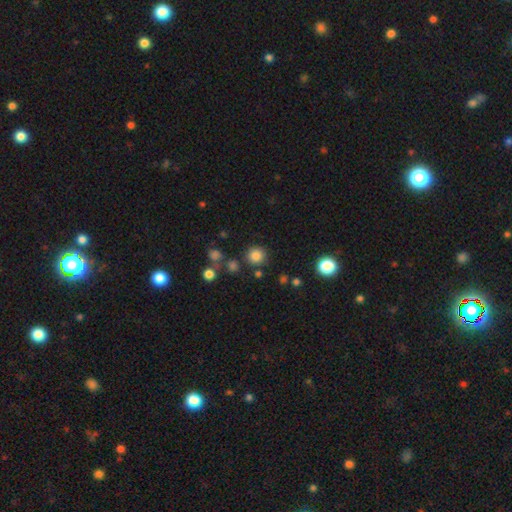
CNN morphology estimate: Smooth or featured? smooth (82%)
How rounded? round (92%)
Merging? none (83%)